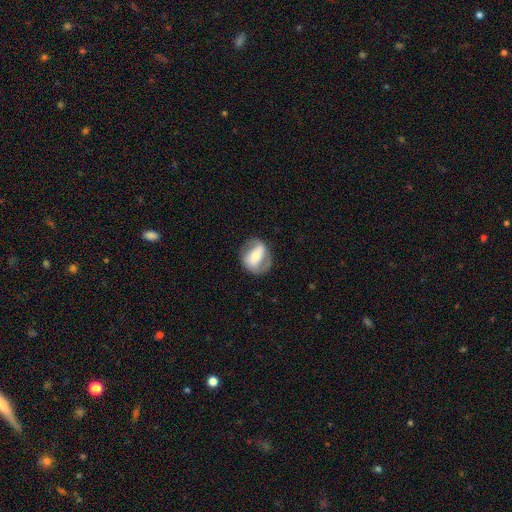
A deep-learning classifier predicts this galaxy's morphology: Smooth or featured?
  - featured or disk: 62% *
  - smooth: 31%
  - star or artifact: 6%
Edge-on disk?
  - no: 93% *
  - yes: 7%
Bar?
  - strong: 55% *
  - weak: 25%
  - no: 20%
Spiral arms?
  - yes: 61% *
  - no: 39%
Bulge size?
  - moderate: 47% *
  - small: 40%
  - large: 9%
  - none: 3%
  - dominant: 2%
Merging?
  - none: 73% *
  - minor disturbance: 17%
  - major disturbance: 9%
  - merger: 1%